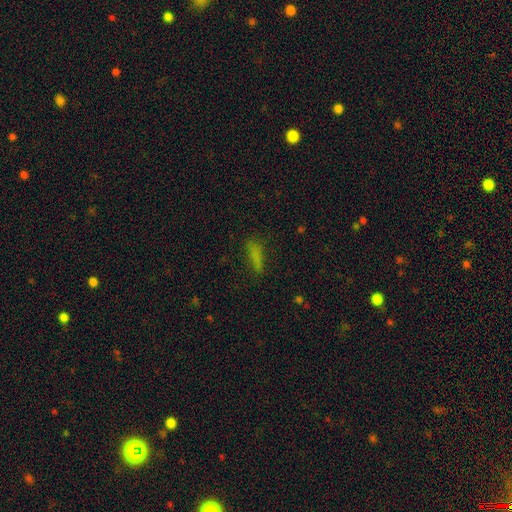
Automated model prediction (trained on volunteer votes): The model was most divided on "how rounded": cigar-shaped: 77%, in between: 21%, round: 3%. More confident: smooth or featured — smooth (75%); merging — none (75%).